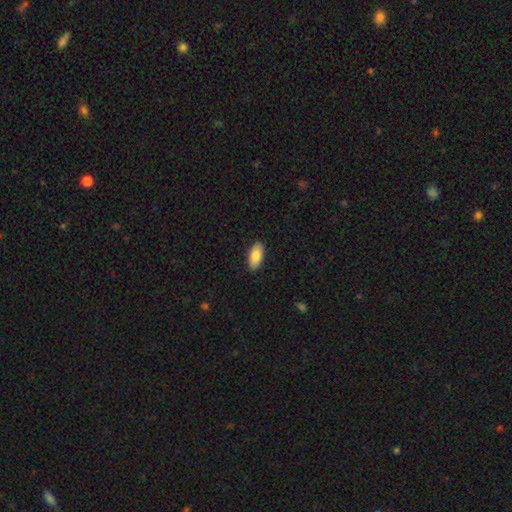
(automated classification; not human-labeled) smooth_or_featured: smooth (p=0.86) [alt: featured or disk p=0.08]
how_rounded: in between (p=0.91) [alt: cigar-shaped p=0.07]
merging: none (p=0.89) [alt: minor disturbance p=0.08]